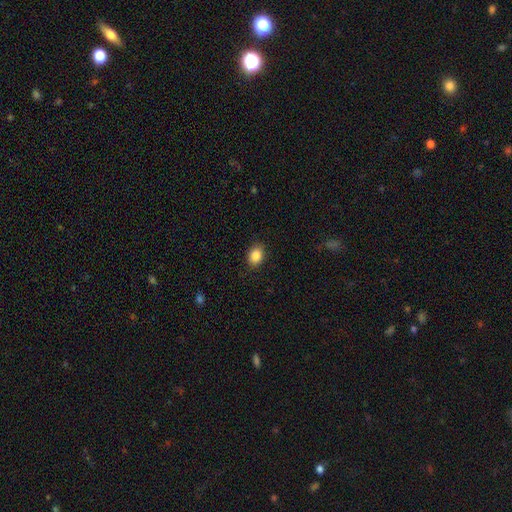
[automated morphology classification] Overall: smooth (87%). How rounded: in between (62%; round 37%). Merging: none (88%).